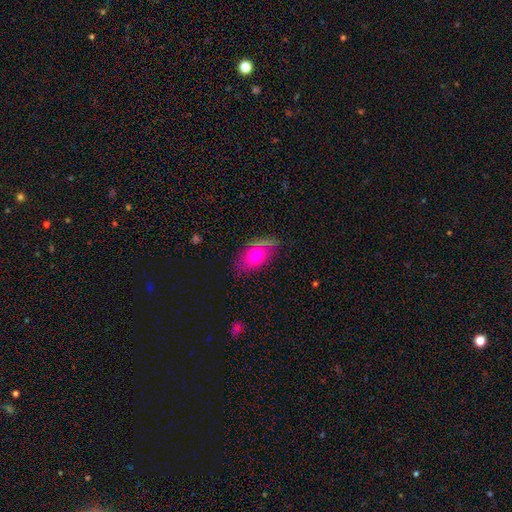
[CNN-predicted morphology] smooth_or_featured: smooth (p=0.70) [alt: featured or disk p=0.20]
how_rounded: in between (p=0.85) [alt: round p=0.11]
merging: none (p=0.72) [alt: minor disturbance p=0.19]